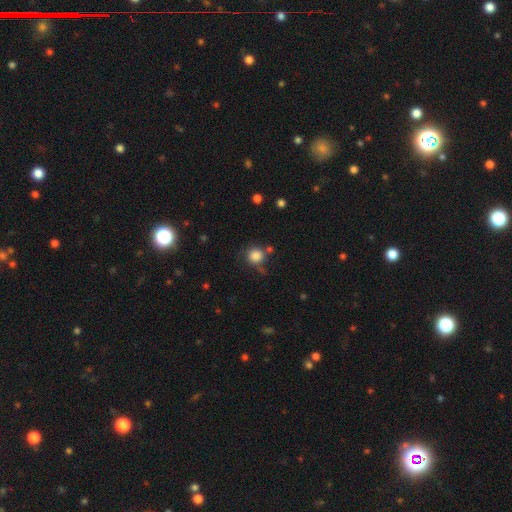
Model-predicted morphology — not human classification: Smooth or featured? smooth (83%)
How rounded? round (90%)
Merging? none (62%)